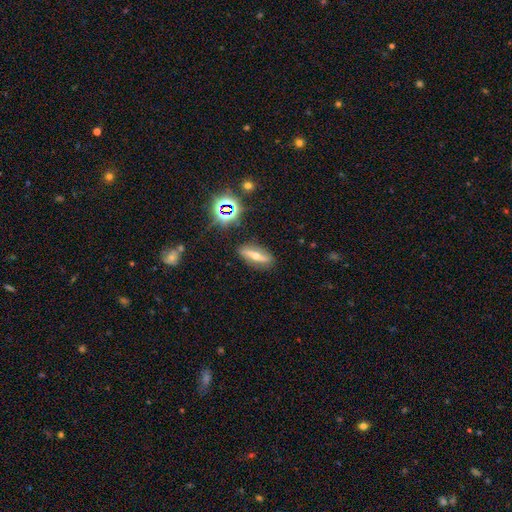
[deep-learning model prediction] This is possibly a featured or disk galaxy (54%). It is possibly viewed edge-on (58%). Merging: clearly none (85%).